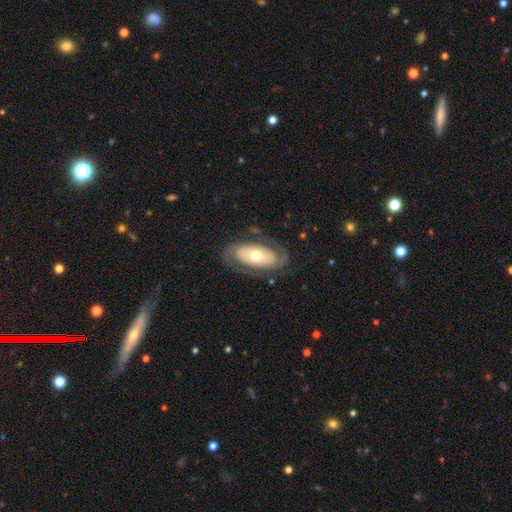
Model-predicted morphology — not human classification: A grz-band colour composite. It shows a featured or disk galaxy (77%) with no bar (66%), 2 (86%) tight (41%) spiral arms (84%) and a moderate central bulge (62%). Merging: none (76%).